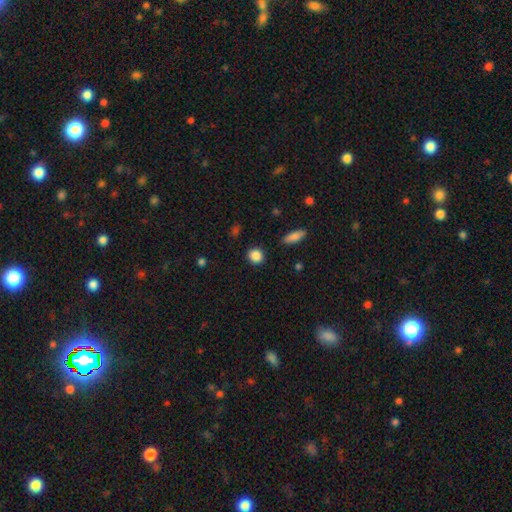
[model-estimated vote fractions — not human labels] Q: Smooth or featured?
A: smooth (87%); runner-up: star or artifact (9%)
Q: How rounded?
A: round (81%); runner-up: in between (17%)
Q: Merging?
A: none (89%); runner-up: minor disturbance (7%)